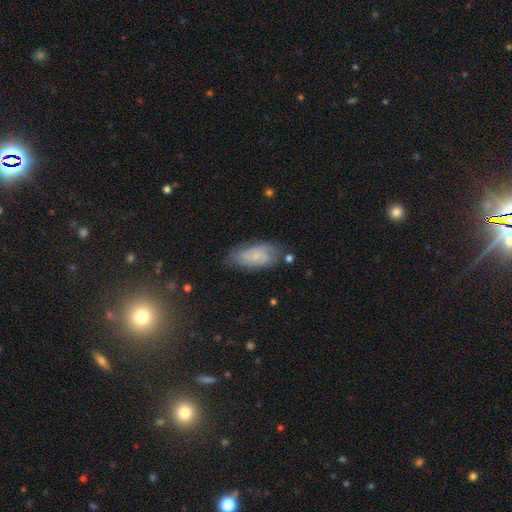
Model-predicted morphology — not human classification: featured or disk 55%, smooth 36%, star or artifact 8%. Down the decision tree: edge-on disk — no (93%); bar — no (65%); spiral arms — yes (84%); bulge size — small (71%); merging — none (67%).